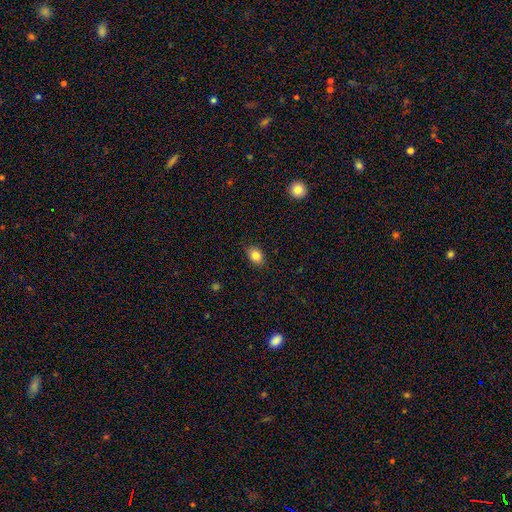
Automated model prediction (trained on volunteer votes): Morphology: type=smooth (84%); roundness=in between (71%); merging=none (86%).